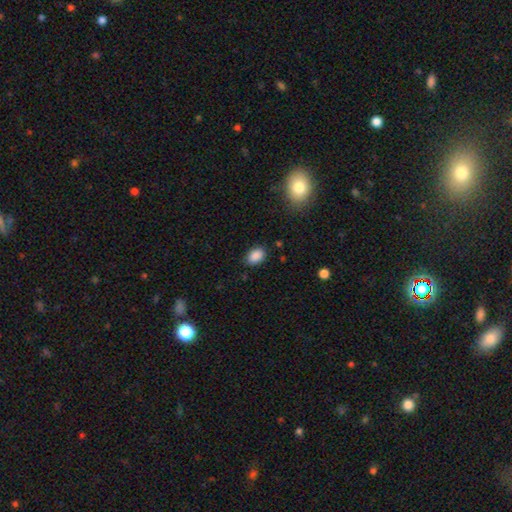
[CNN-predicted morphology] Smooth or featured: smooth — 88% (star or artifact — 9%)
How rounded: in between — 80% (round — 19%)
Merging: none — 83% (minor disturbance — 12%)